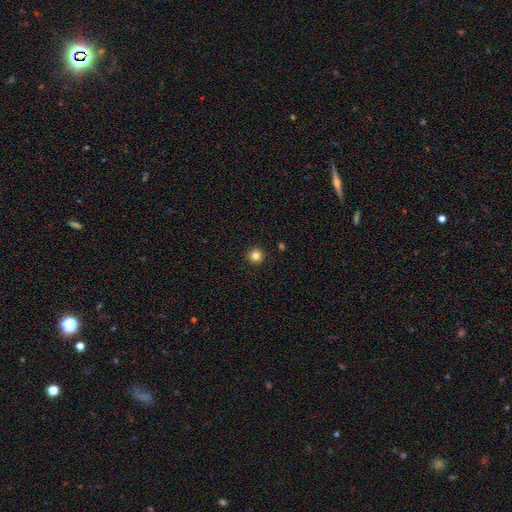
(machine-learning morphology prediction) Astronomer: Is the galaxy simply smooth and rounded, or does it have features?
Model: smooth — 83%.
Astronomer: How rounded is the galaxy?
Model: round — 96%.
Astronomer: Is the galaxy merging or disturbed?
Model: none — 93%.